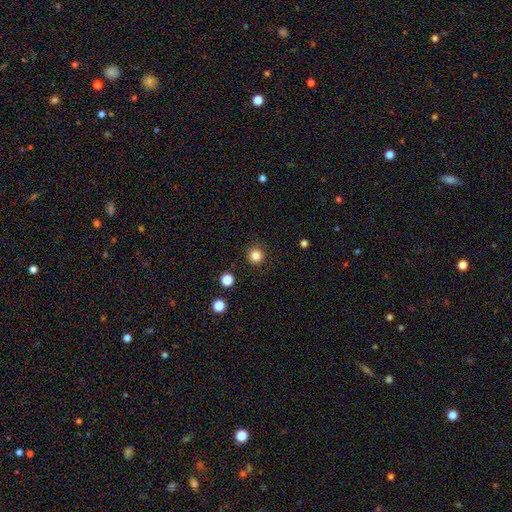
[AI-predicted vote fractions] Smooth or featured: smooth — 84% (star or artifact — 12%)
How rounded: round — 95% (in between — 4%)
Merging: none — 91% (minor disturbance — 6%)